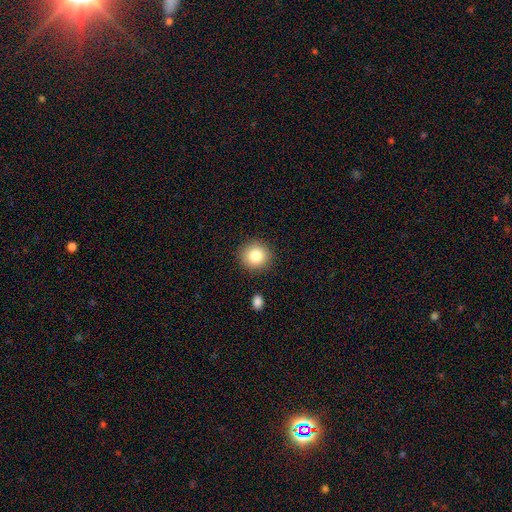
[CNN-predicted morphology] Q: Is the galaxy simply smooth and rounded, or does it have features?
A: smooth — 83%.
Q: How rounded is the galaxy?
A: round — 91%.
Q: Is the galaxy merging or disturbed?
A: none — 89%.